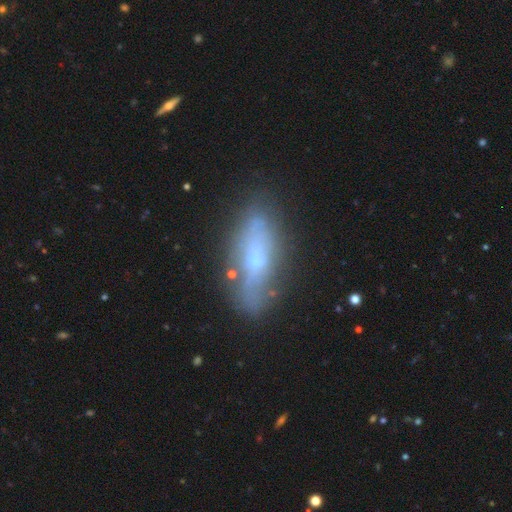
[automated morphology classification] type=featured or disk (53%); edge-on=no (51%); merging=none (70%).